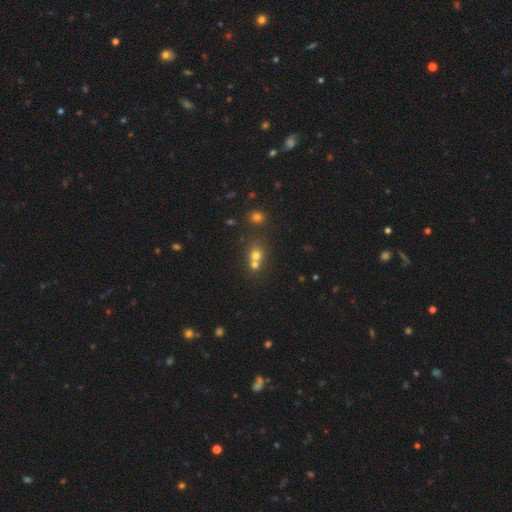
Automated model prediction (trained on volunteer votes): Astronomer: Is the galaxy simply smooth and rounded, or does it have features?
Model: smooth — 68%.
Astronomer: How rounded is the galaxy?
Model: round — 79%.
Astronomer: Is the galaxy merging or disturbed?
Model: merger — 53% (runner-up: none, 38%).